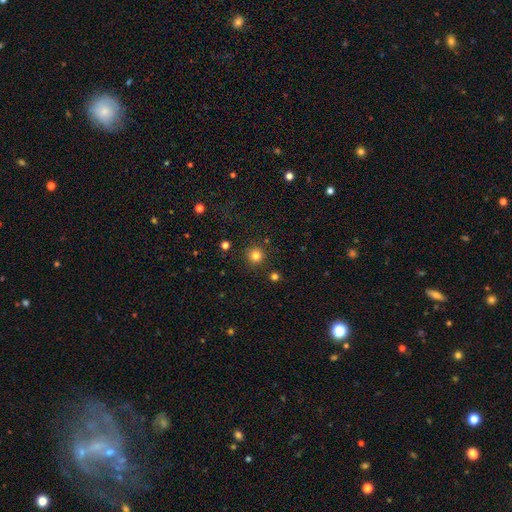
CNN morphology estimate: type=smooth (81%); roundness=round (95%); merging=none (89%).